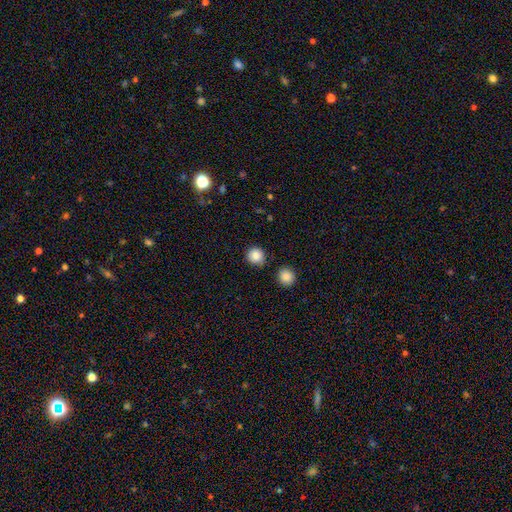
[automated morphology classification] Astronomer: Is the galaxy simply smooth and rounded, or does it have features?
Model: smooth — 86%.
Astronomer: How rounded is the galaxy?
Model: round — 94%.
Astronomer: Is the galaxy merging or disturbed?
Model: none — 86%.